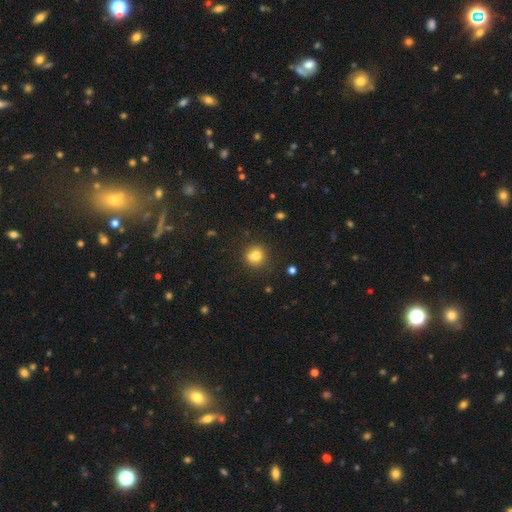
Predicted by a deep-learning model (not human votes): smooth_or_featured: smooth (p=0.77) [alt: star or artifact p=0.13]
how_rounded: round (p=0.89) [alt: in between p=0.10]
merging: none (p=0.73) [alt: minor disturbance p=0.13]